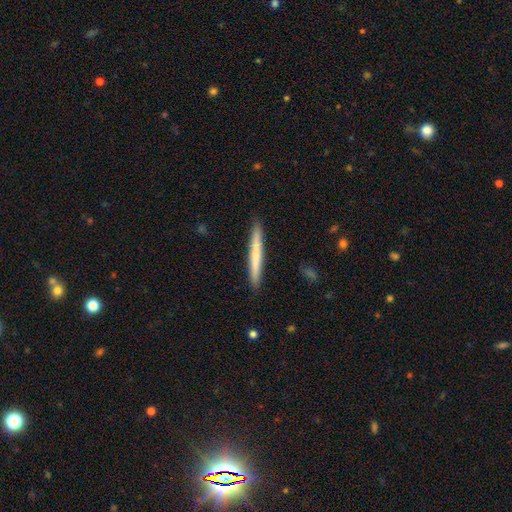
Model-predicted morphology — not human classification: smooth-or-featured: smooth: 68% | featured or disk: 27% | star or artifact: 5%
  how-rounded: cigar-shaped: 97% | in between: 2% | round: 1%
  merging: none: 92% | minor disturbance: 6% | major disturbance: 1% | merger: 1%